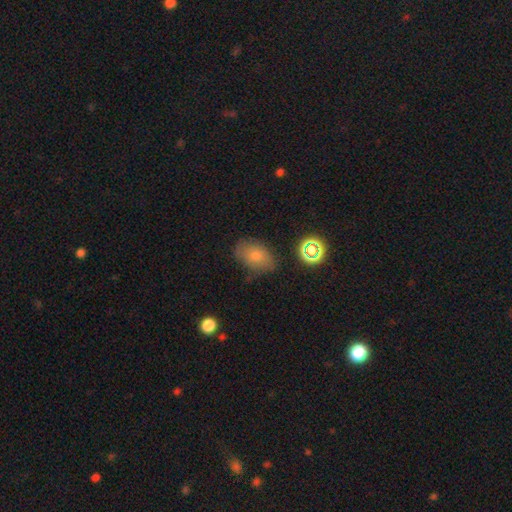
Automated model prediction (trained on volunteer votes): Smooth or featured? Predicted: smooth (p=0.66). How rounded? Predicted: in between (p=0.83). Merging? Predicted: none (p=0.73).